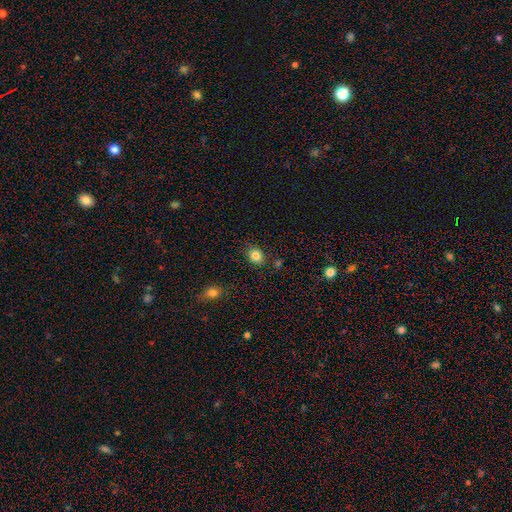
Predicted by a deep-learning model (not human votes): A smooth galaxy with no disk features (83%) that is round (63%). Merging: none (81%).